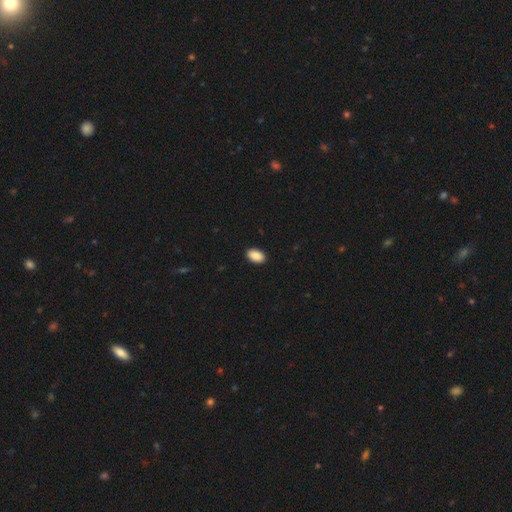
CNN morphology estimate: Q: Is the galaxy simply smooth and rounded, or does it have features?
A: smooth — 90%.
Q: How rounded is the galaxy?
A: in between — 93%.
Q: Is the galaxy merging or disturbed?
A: none — 91%.